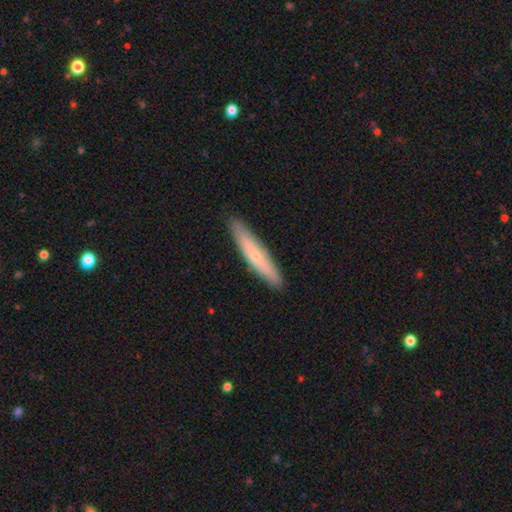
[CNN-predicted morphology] Overall: smooth (53%; featured or disk 41%). How rounded: cigar-shaped (90%). Merging: none (89%).